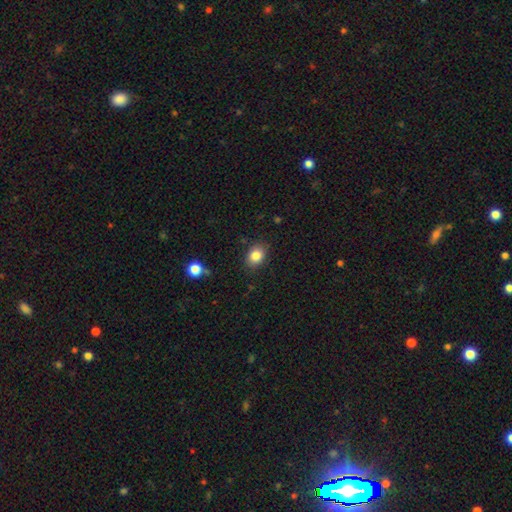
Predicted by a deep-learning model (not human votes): Morphology: type=smooth (84%); roundness=in between (63%); merging=none (85%).